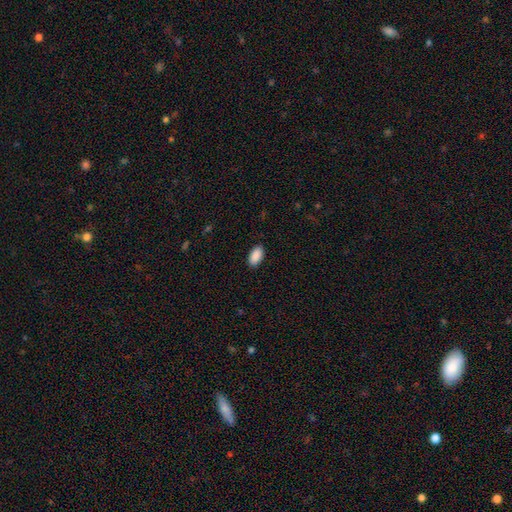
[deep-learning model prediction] A smooth galaxy with no disk features (91%) that is in between round and cigar-shaped (95%). Merging: none (89%).